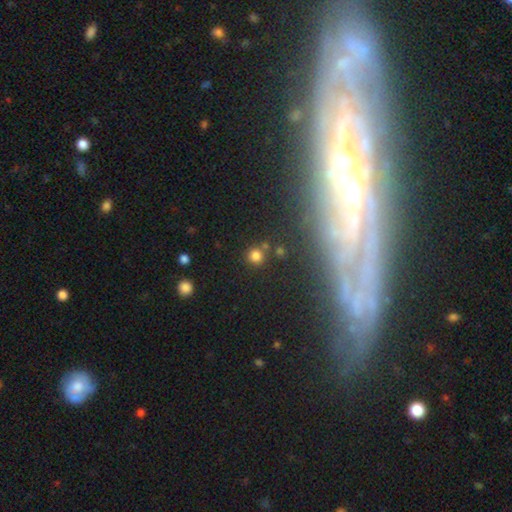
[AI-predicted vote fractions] smooth 77%, star or artifact 18%, featured or disk 5%. Down the decision tree: how rounded — round (93%); merging — none (81%).